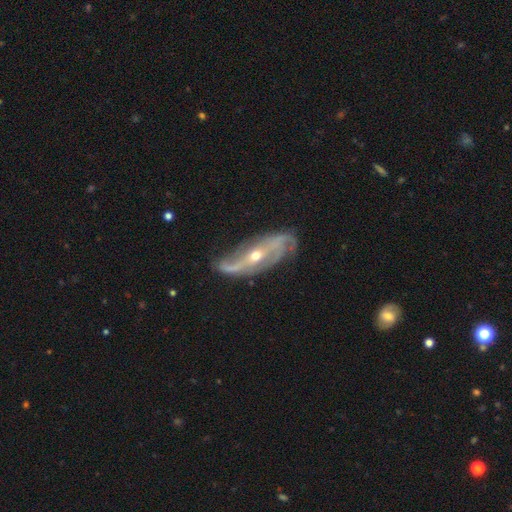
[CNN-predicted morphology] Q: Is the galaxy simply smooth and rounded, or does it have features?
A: featured or disk — 87%.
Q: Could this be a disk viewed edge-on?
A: no — 90%.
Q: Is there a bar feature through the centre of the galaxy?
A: no — 44%.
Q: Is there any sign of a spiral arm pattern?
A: yes — 95%.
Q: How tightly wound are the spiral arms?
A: loose — 49%.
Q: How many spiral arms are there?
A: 2 — 67%.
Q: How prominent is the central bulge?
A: moderate — 54%.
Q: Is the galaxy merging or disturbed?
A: none — 64%.